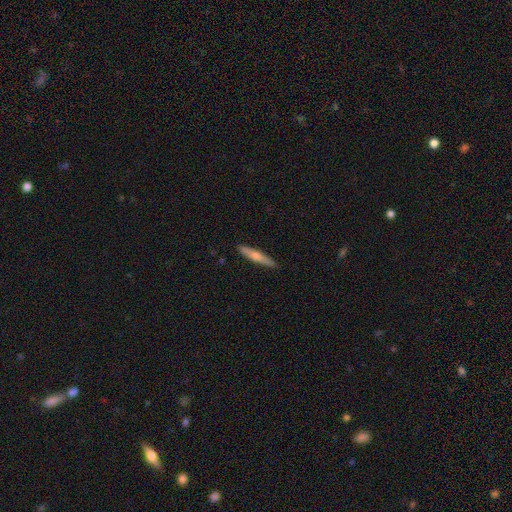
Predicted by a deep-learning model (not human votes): A smooth galaxy with no disk features (59%) that is cigar-shaped (91%). Merging: none (88%).